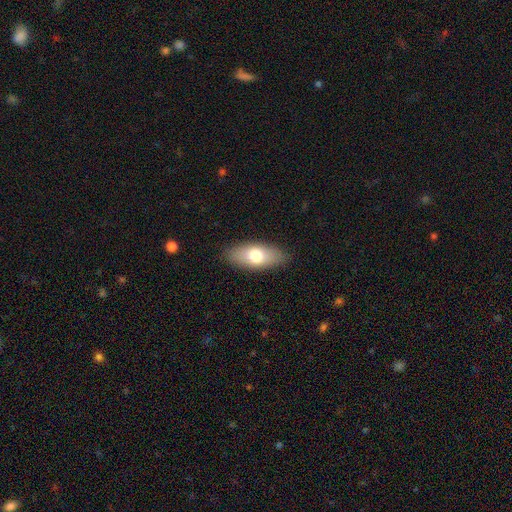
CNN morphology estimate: smooth 71%, featured or disk 23%, star or artifact 7%. Down the decision tree: how rounded — in between (82%); merging — none (86%).